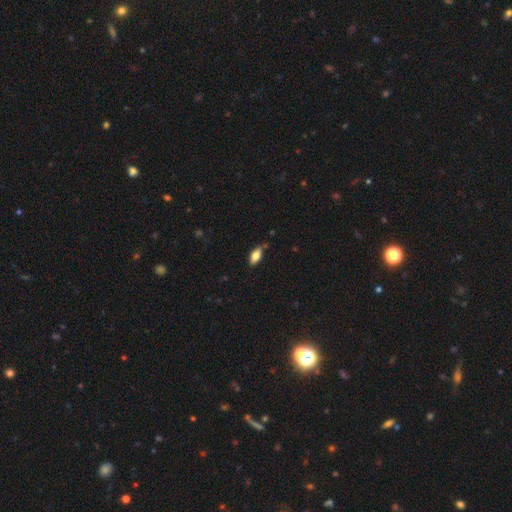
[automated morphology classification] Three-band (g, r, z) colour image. It shows a smooth galaxy with no disk features (77%) that is in between round and cigar-shaped (89%). Merging: none (79%).